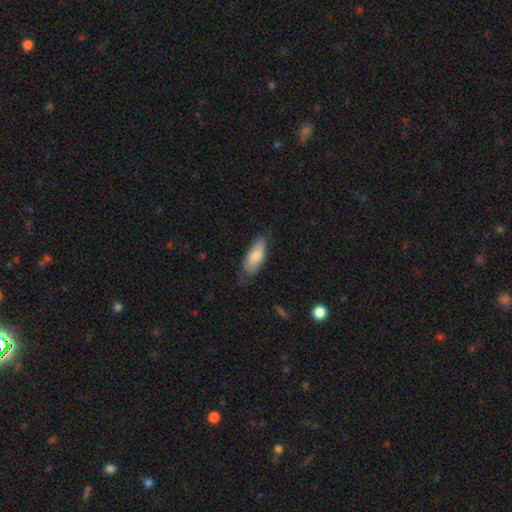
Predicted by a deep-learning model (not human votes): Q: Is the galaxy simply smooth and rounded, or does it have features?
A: smooth — 76%.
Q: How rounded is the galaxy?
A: in between — 79%.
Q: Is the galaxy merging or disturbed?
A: none — 61%.